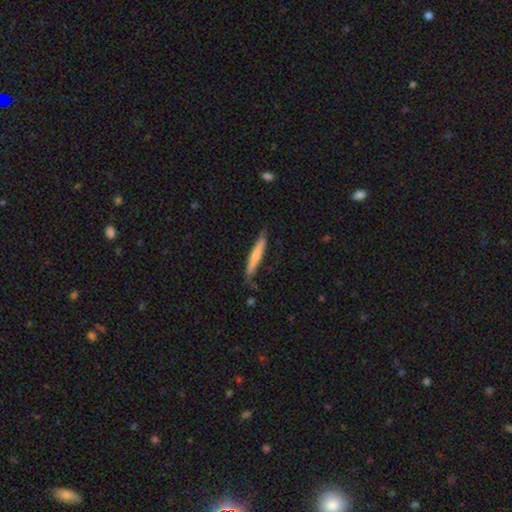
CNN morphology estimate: The model was most divided on "smooth or featured": smooth: 56%, featured or disk: 39%, star or artifact: 5%. More confident: how rounded — cigar-shaped (93%); merging — none (72%).